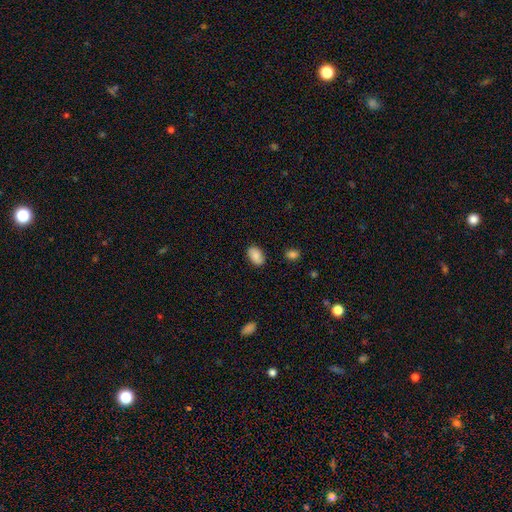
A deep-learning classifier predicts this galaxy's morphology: The model was most divided on "merging": none: 82%, minor disturbance: 13%, major disturbance: 3%, merger: 2%. More confident: how rounded — in between (91%); smooth or featured — smooth (84%).